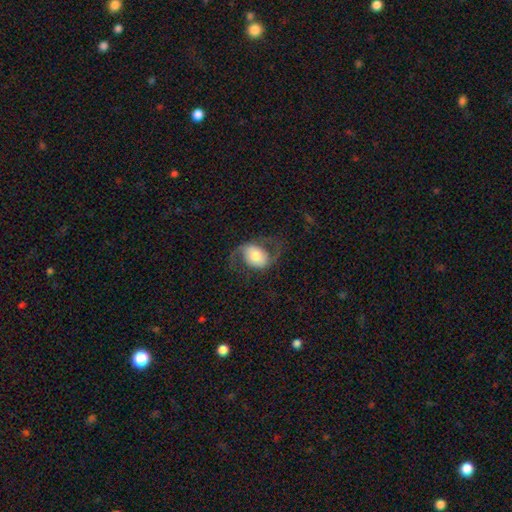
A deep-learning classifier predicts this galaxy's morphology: smooth-or-featured: featured or disk: 66% | smooth: 27% | star or artifact: 7%
  disk-edge-on: no: 96% | yes: 4%
    bar: no: 62% | weak: 27% | strong: 11%
    has-spiral-arms: yes: 87% | no: 13%
      spiral-winding: loose: 51% | medium: 40% | tight: 10%
      spiral-arm-count: 2: 90% | can't tell: 4% | 1: 3% | 3: 1% | 4: 1% | more than 4: 1%
    bulge-size: moderate: 54% | large: 22% | small: 16% | dominant: 5% | none: 2%
  merging: none: 63% | major disturbance: 19% | minor disturbance: 17% | merger: 1%